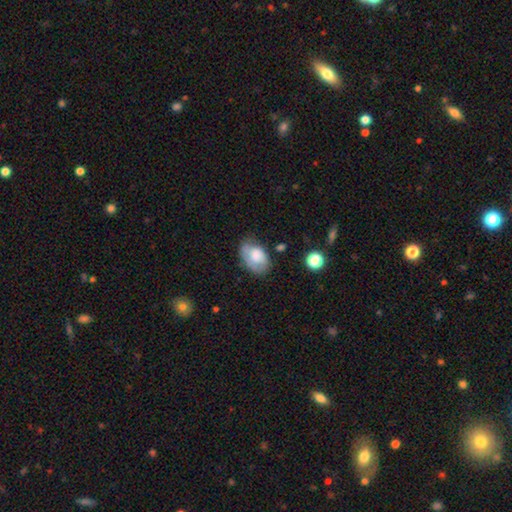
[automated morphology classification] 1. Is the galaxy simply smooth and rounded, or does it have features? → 69% smooth, 24% featured or disk, 8% star or artifact.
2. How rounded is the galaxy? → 86% in between, 13% round, 1% cigar-shaped.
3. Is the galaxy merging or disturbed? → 52% none, 32% minor disturbance, 12% major disturbance, 3% merger.